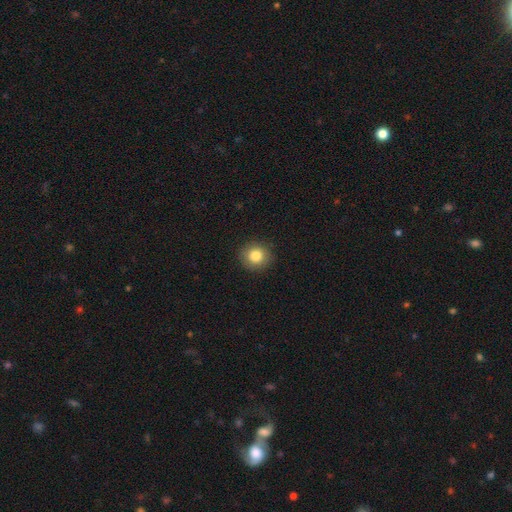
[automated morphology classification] Smooth or featured?
  - smooth: 83% *
  - star or artifact: 10%
  - featured or disk: 7%
How rounded?
  - round: 89% *
  - in between: 10%
  - cigar-shaped: 1%
Merging?
  - none: 90% *
  - minor disturbance: 7%
  - major disturbance: 2%
  - merger: 1%